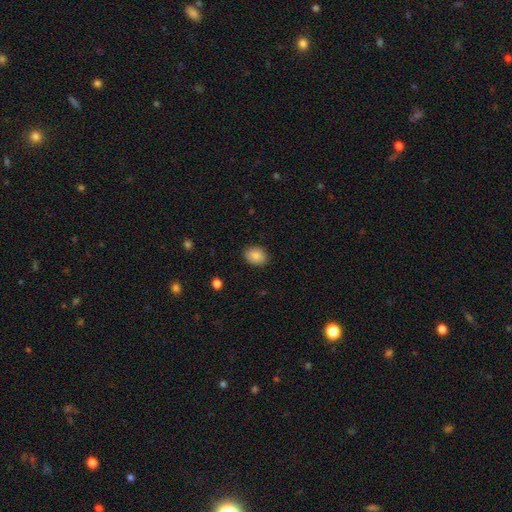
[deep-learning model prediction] Smooth or featured?
  - smooth: 87% *
  - star or artifact: 8%
  - featured or disk: 5%
How rounded?
  - in between: 68% *
  - round: 31%
  - cigar-shaped: 1%
Merging?
  - none: 88% *
  - minor disturbance: 9%
  - major disturbance: 2%
  - merger: 1%